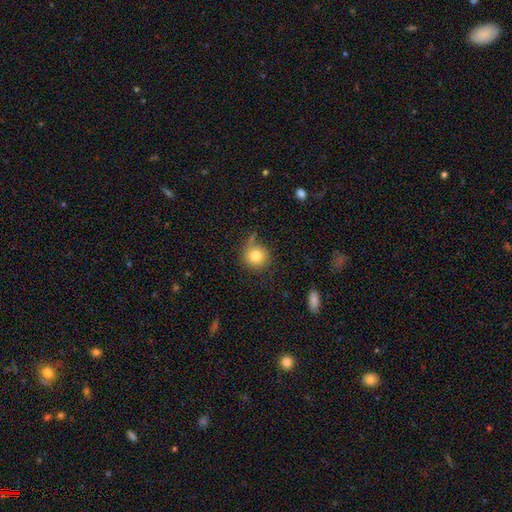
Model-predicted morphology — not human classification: smooth-or-featured: smooth: 79% | featured or disk: 11% | star or artifact: 10%
  how-rounded: round: 90% | in between: 9% | cigar-shaped: 1%
  merging: none: 65% | minor disturbance: 20% | major disturbance: 9% | merger: 6%